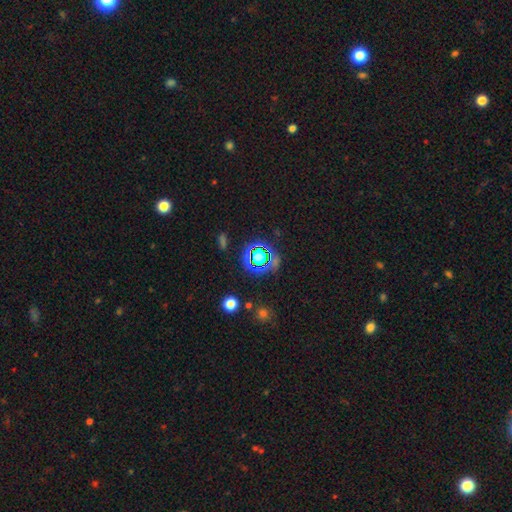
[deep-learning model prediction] smooth_or_featured: star or artifact (p=0.60) [alt: smooth p=0.29]